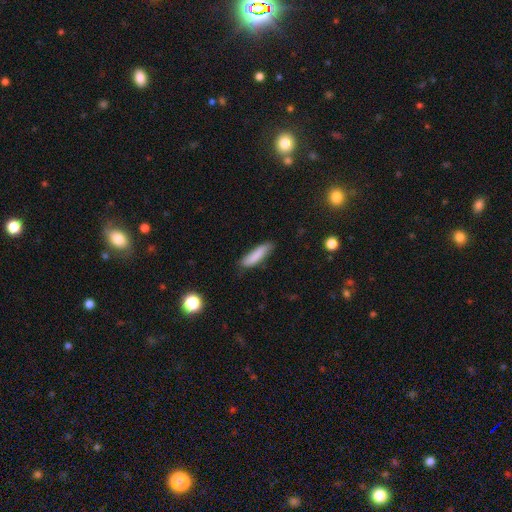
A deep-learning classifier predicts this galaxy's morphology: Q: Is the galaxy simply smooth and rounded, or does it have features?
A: smooth — 84%.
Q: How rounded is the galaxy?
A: cigar-shaped — 72%.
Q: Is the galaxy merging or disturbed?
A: none — 75%.